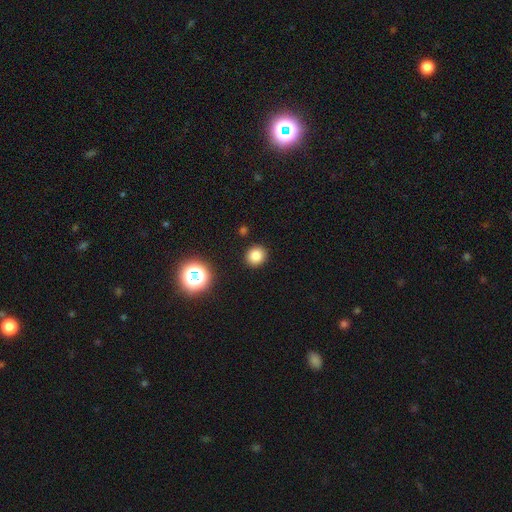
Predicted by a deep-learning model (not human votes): A smooth galaxy with no disk features (81%) that is round (87%).

Vote fractions:
- Smooth or featured? smooth: 81% / star or artifact: 14% / featured or disk: 5%
- How rounded? round: 87% / in between: 12% / cigar-shaped: 1%
- Merging? none: 91% / minor disturbance: 5% / major disturbance: 2% / merger: 2%